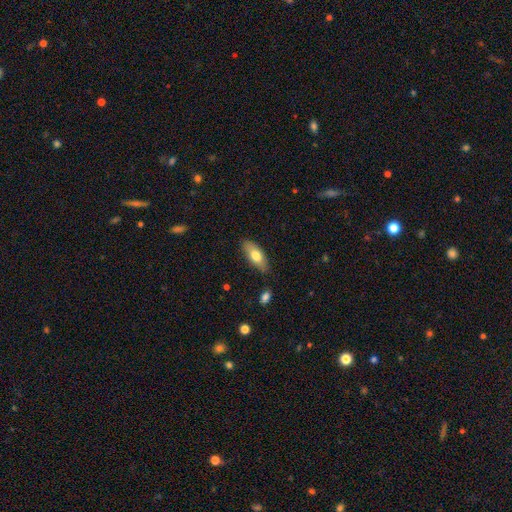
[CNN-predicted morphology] Smooth or featured: smooth — 74% (featured or disk — 20%)
How rounded: in between — 80% (cigar-shaped — 17%)
Merging: none — 82% (minor disturbance — 14%)